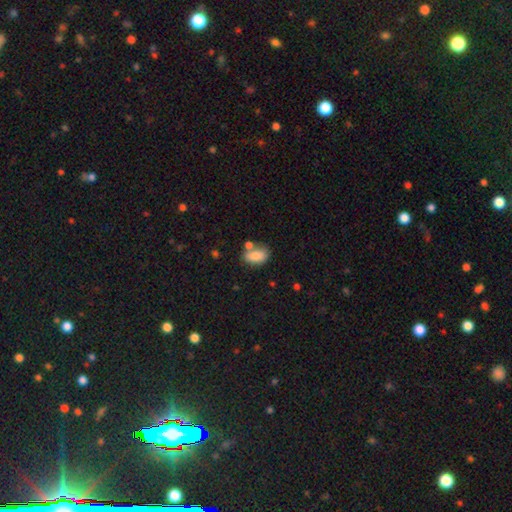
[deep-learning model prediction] smooth_or_featured: smooth (p=0.81) [alt: featured or disk p=0.11]
how_rounded: in between (p=0.88) [alt: round p=0.09]
merging: none (p=0.50) [alt: merger p=0.25]